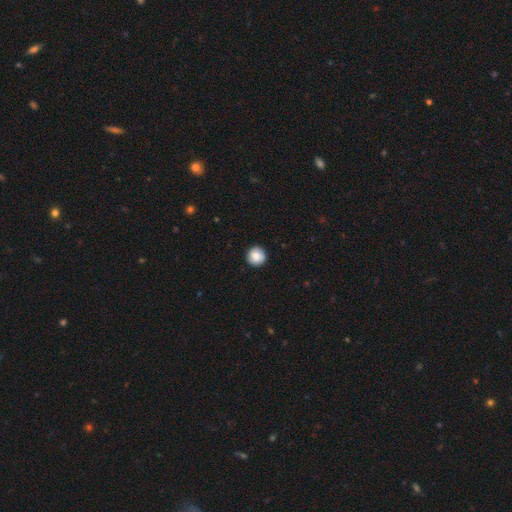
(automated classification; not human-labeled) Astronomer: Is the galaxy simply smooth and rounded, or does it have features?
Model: smooth — 86%.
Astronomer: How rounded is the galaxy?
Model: round — 95%.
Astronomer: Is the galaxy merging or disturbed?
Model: none — 91%.